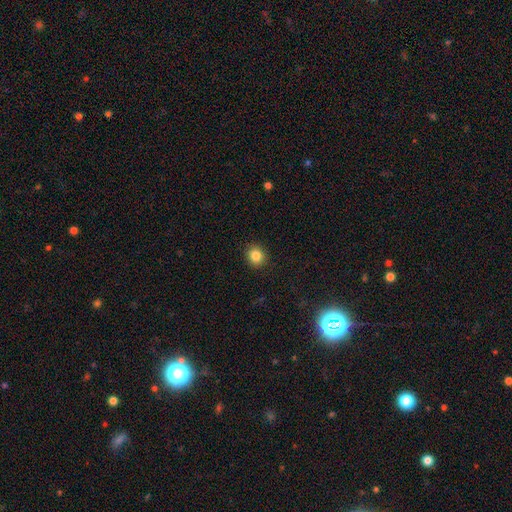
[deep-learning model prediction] Smooth or featured? Predicted: smooth (p=0.84). How rounded? Predicted: round (p=0.84). Merging? Predicted: none (p=0.91).